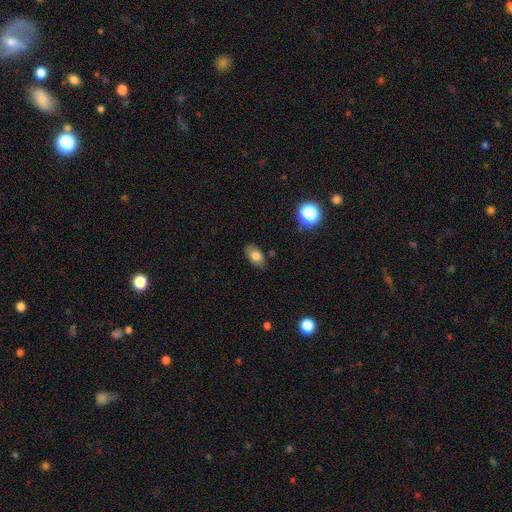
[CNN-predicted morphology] The model was most divided on "merging": none: 80%, minor disturbance: 15%, major disturbance: 3%, merger: 2%. More confident: how rounded — in between (90%); smooth or featured — smooth (78%).